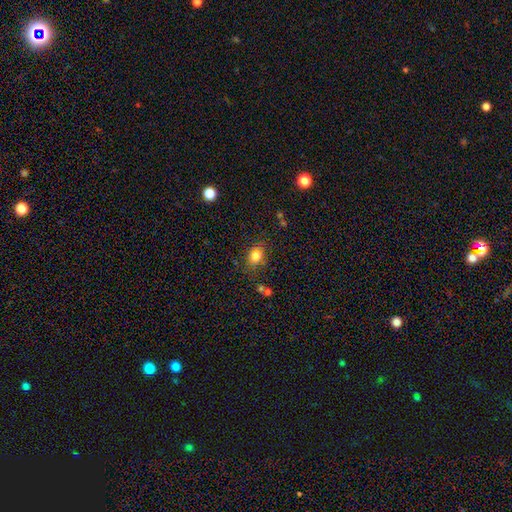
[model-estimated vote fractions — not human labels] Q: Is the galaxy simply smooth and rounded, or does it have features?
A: smooth — 81%.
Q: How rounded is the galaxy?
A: in between — 59%.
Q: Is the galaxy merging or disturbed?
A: none — 75%.